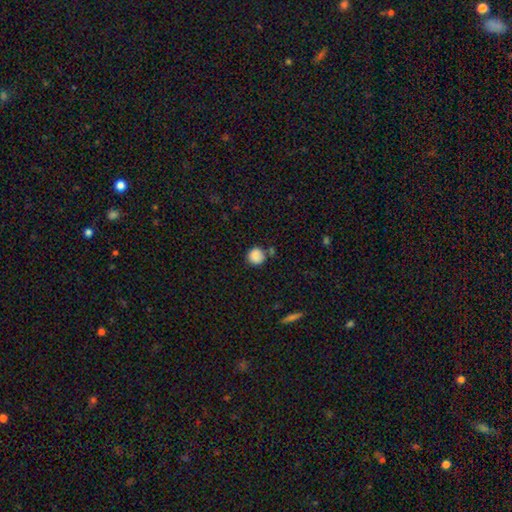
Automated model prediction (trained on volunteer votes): A smooth galaxy with no disk features (86%) that is round (88%).

Vote fractions:
- Smooth or featured? smooth: 86% / star or artifact: 9% / featured or disk: 5%
- How rounded? round: 88% / in between: 11% / cigar-shaped: 1%
- Merging? none: 68% / minor disturbance: 17% / merger: 10% / major disturbance: 5%